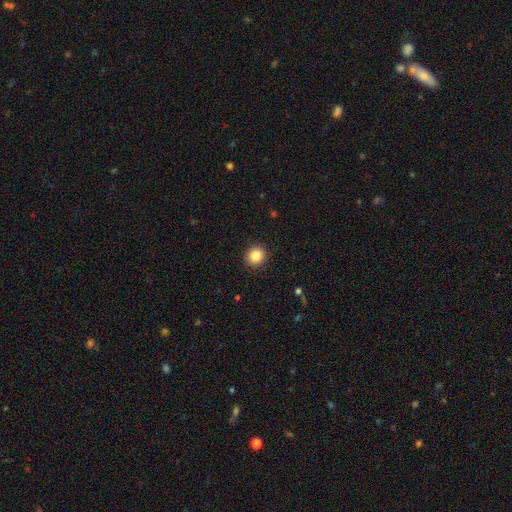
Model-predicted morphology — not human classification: smooth-or-featured: smooth: 86% | star or artifact: 9% | featured or disk: 4%
  how-rounded: round: 89% | in between: 10% | cigar-shaped: 1%
  merging: none: 92% | minor disturbance: 5% | major disturbance: 2% | merger: 1%